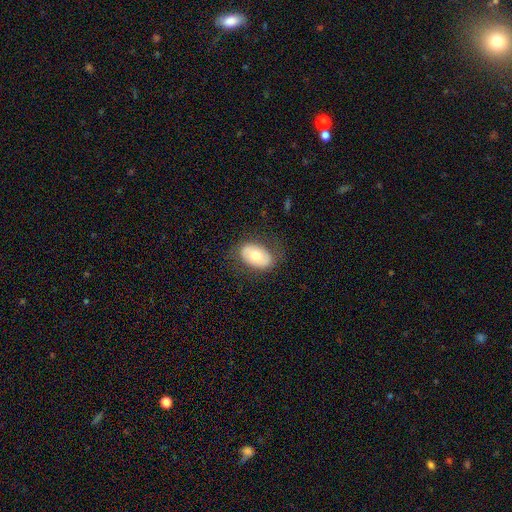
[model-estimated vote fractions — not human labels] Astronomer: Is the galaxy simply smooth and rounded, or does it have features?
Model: smooth — 65%.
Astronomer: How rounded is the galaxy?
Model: in between — 90%.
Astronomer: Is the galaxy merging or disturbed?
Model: none — 78%.